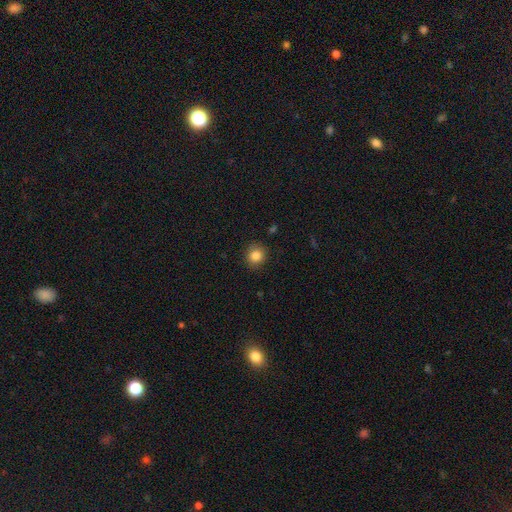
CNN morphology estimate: smooth 85%, star or artifact 10%, featured or disk 5%. Down the decision tree: how rounded — round (87%); merging — none (89%).